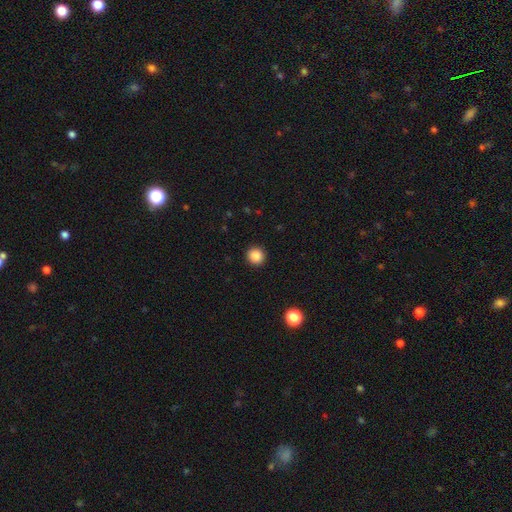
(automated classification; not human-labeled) smooth_or_featured: smooth (p=0.86) [alt: star or artifact p=0.10]
how_rounded: round (p=0.93) [alt: in between p=0.06]
merging: none (p=0.93) [alt: minor disturbance p=0.04]